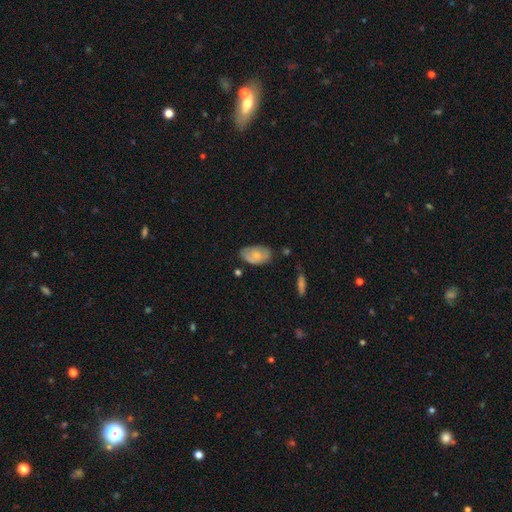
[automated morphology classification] Overall: smooth (67%). How rounded: in between (92%). Merging: none (61%; minor disturbance 30%).